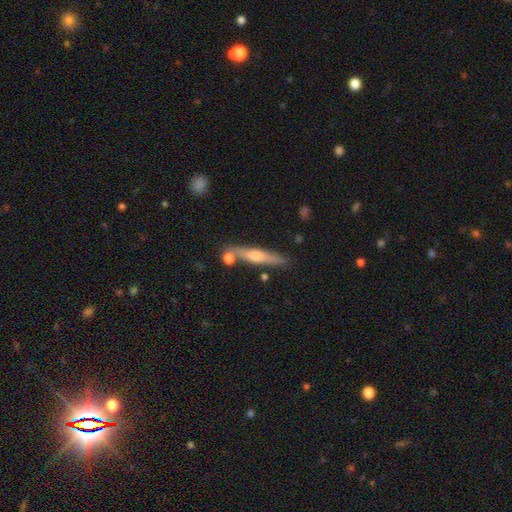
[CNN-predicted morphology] Q: Smooth or featured?
A: featured or disk (52%); runner-up: smooth (41%)
Q: Edge-on disk?
A: yes (95%); runner-up: no (5%)
Q: Merging?
A: none (78%); runner-up: minor disturbance (11%)